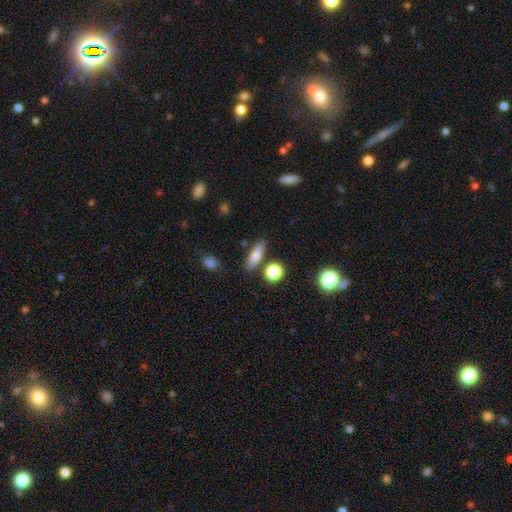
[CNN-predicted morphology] smooth 75%, featured or disk 15%, star or artifact 9%. Down the decision tree: how rounded — cigar-shaped (49%); merging — none (81%).